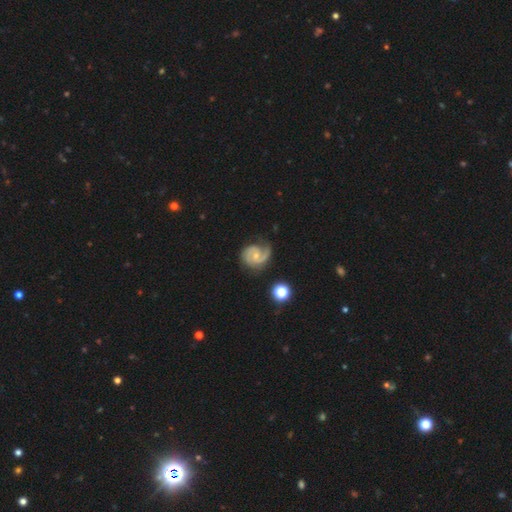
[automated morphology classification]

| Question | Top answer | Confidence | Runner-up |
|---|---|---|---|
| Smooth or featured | featured or disk | 85% | smooth (10%) |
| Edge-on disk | no | 98% | yes (2%) |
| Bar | no | 58% | weak (35%) |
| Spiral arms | yes | 97% | no (3%) |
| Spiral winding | medium | 47% | tight (36%) |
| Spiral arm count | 2 | 72% | 1 (18%) |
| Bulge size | small | 59% | moderate (36%) |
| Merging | none | 63% | minor disturbance (23%) |